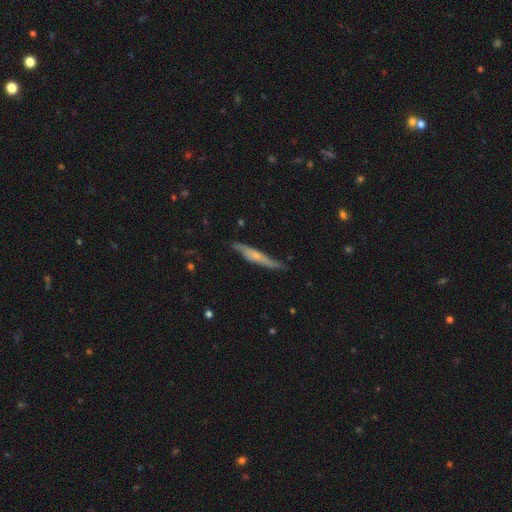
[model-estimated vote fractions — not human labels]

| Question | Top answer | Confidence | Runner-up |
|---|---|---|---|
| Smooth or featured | featured or disk | 56% | smooth (38%) |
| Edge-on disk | yes | 82% | no (18%) |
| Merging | none | 74% | minor disturbance (21%) |